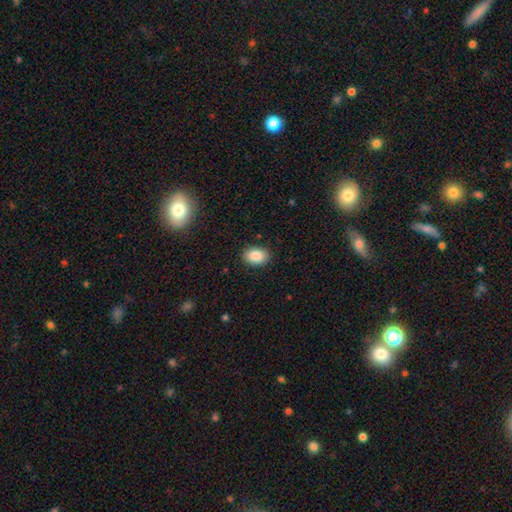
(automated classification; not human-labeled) smooth-or-featured: smooth: 87% | star or artifact: 8% | featured or disk: 5%
  how-rounded: in between: 81% | round: 18% | cigar-shaped: 1%
  merging: none: 88% | minor disturbance: 9% | major disturbance: 2% | merger: 1%